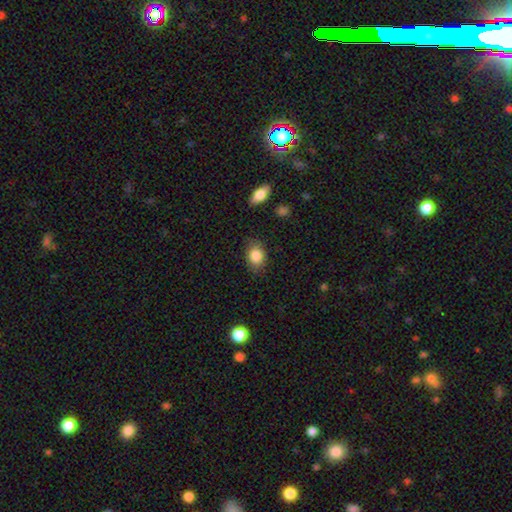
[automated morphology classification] A smooth galaxy with no disk features (85%) that is in between round and cigar-shaped (64%).

Vote fractions:
- Smooth or featured? smooth: 85% / star or artifact: 8% / featured or disk: 7%
- How rounded? in between: 64% / round: 34% / cigar-shaped: 1%
- Merging? none: 79% / minor disturbance: 16% / major disturbance: 4% / merger: 1%